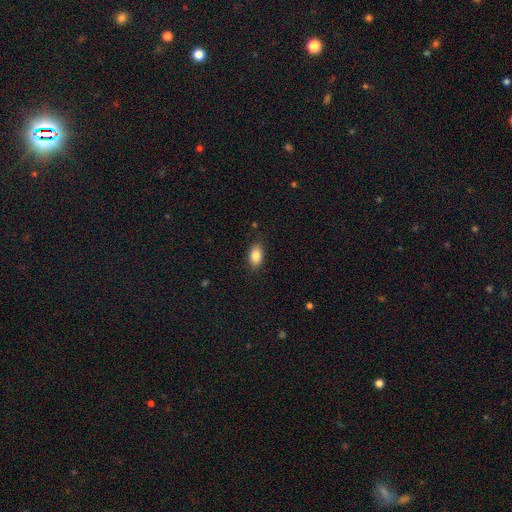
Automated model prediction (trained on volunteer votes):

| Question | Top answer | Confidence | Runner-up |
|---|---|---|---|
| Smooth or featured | smooth | 85% | star or artifact (8%) |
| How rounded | in between | 89% | round (9%) |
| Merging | none | 85% | minor disturbance (12%) |